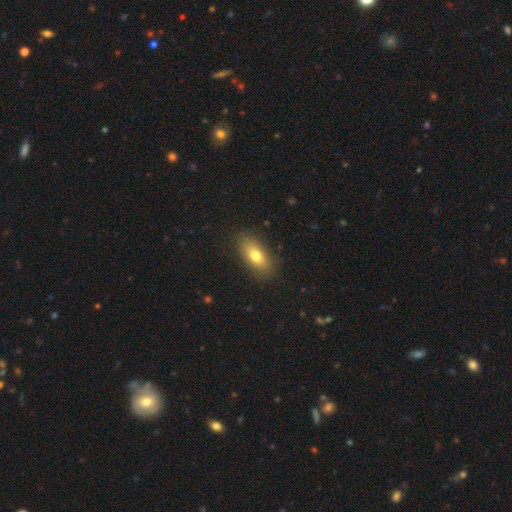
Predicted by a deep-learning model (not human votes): The model was most divided on "smooth or featured": smooth: 76%, featured or disk: 16%, star or artifact: 8%. More confident: merging — none (86%); how rounded — in between (82%).